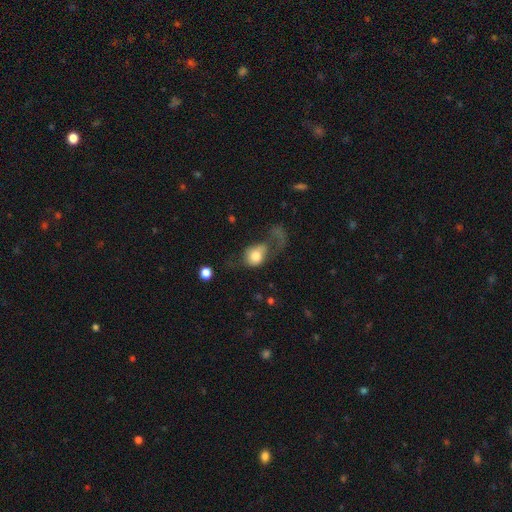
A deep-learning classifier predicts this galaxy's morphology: This is likely a smooth galaxy (68%). How rounded: possibly round (52%). Merging: possibly major disturbance (59%).